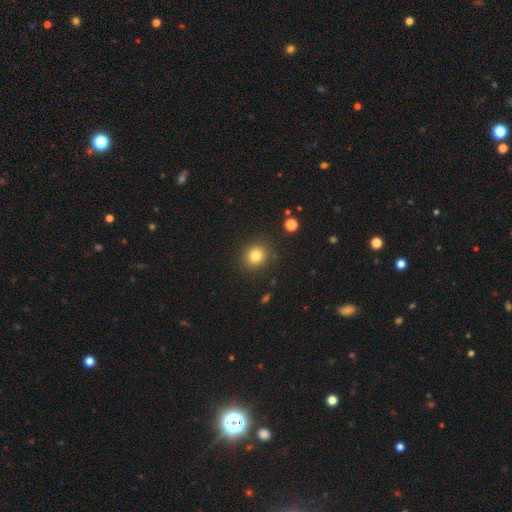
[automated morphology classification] Smooth or featured? smooth (81%)
How rounded? round (82%)
Merging? none (87%)